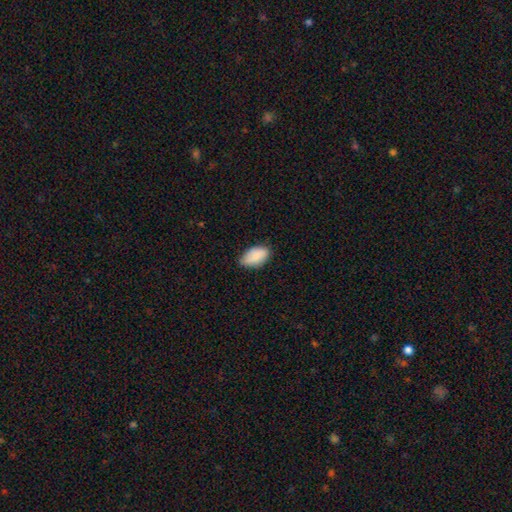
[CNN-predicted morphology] The model was most divided on "merging": none: 73%, minor disturbance: 23%, major disturbance: 3%, merger: 1%. More confident: how rounded — in between (94%); smooth or featured — smooth (88%).